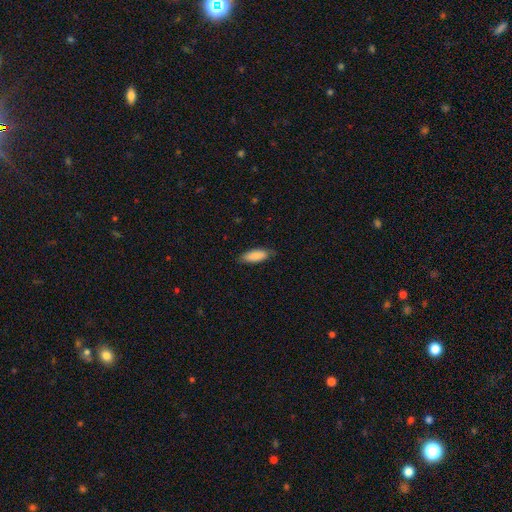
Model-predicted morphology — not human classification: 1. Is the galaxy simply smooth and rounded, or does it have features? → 88% smooth, 6% featured or disk, 6% star or artifact.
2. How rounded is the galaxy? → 71% in between, 27% cigar-shaped, 2% round.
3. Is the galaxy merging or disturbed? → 83% none, 14% minor disturbance, 2% major disturbance, 1% merger.